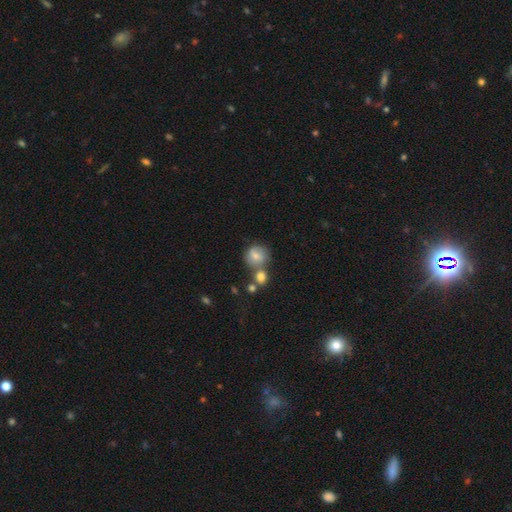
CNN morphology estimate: Smooth or featured? Predicted: smooth (p=0.75). How rounded? Predicted: round (p=0.85). Merging? Predicted: none (p=0.50).